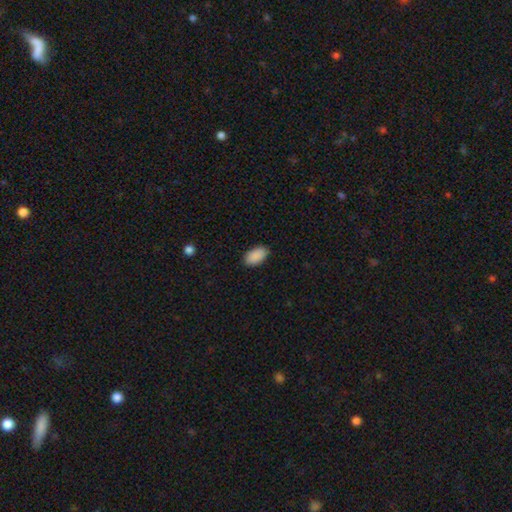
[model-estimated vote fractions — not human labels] A smooth galaxy with no disk features (90%) that is in between round and cigar-shaped (94%). Merging: none (87%).